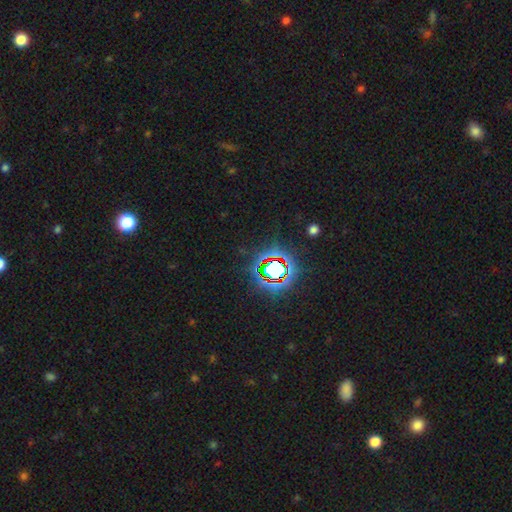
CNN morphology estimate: Smooth or featured? Predicted: star or artifact (p=0.80).